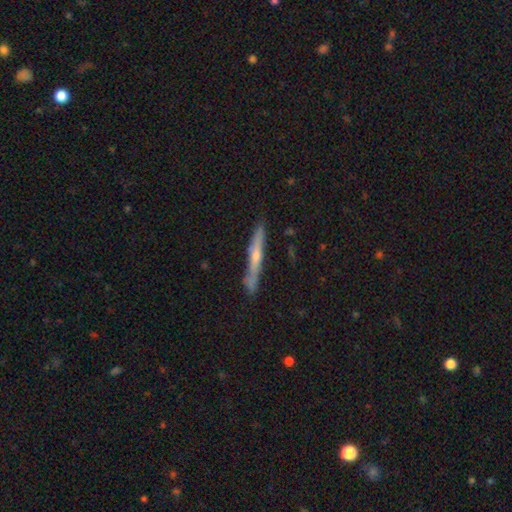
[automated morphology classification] This is possibly a featured or disk galaxy (57%). It is clearly viewed edge-on (94%). Edge-on bulge: likely rounded (68%). Merging: clearly none (81%).